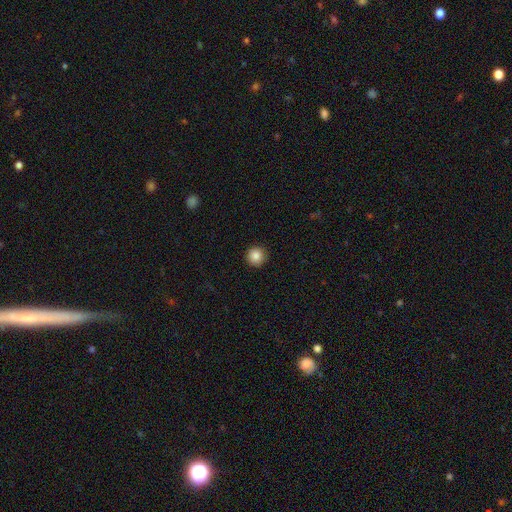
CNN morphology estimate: The model was most divided on "smooth or featured": smooth: 87%, star or artifact: 10%, featured or disk: 3%. More confident: how rounded — round (95%); merging — none (91%).